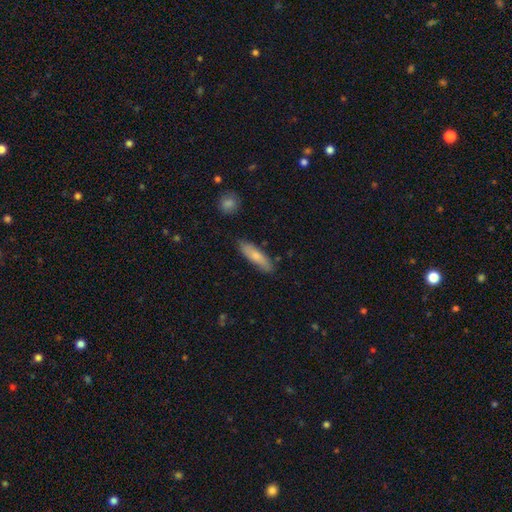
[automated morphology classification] Smooth or featured?
  - smooth: 73% *
  - featured or disk: 21%
  - star or artifact: 6%
How rounded?
  - cigar-shaped: 59% *
  - in between: 39%
  - round: 2%
Merging?
  - none: 82% *
  - minor disturbance: 13%
  - major disturbance: 2%
  - merger: 2%